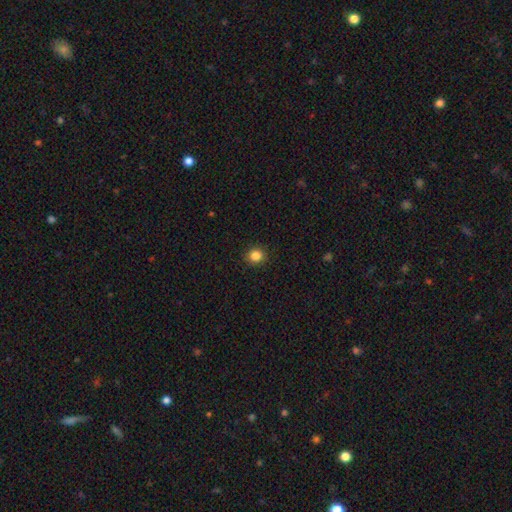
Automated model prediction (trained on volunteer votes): Morphology: type=smooth (84%); roundness=round (89%); merging=none (92%).